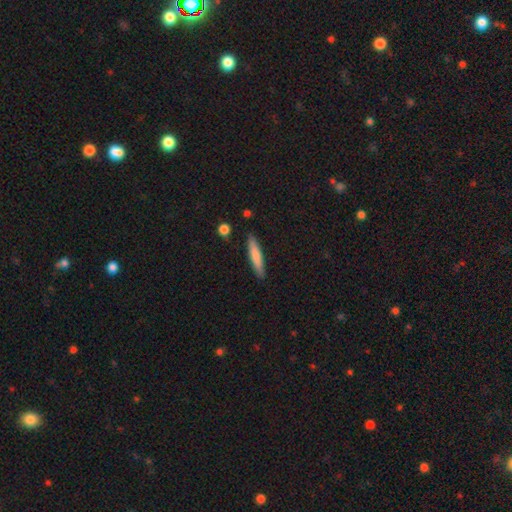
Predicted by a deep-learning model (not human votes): smooth 74%, featured or disk 20%, star or artifact 6%. Down the decision tree: how rounded — cigar-shaped (89%); merging — none (88%).